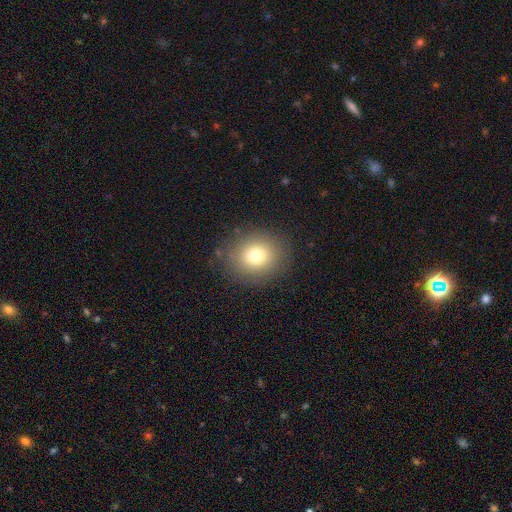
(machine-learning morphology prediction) This is likely a smooth galaxy (78%). How rounded: likely round (70%). Merging: clearly none (86%).